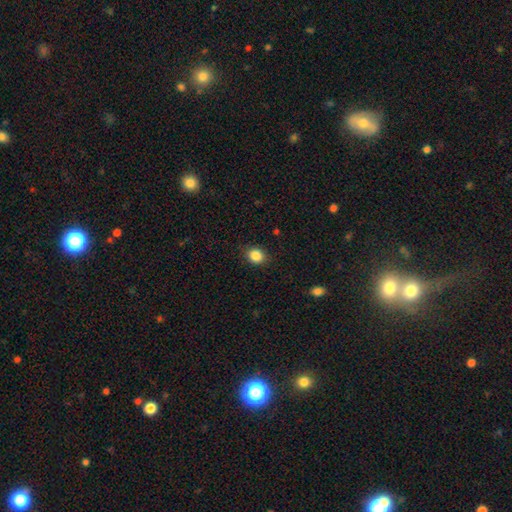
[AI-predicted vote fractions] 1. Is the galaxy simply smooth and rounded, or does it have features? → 86% smooth, 10% star or artifact, 4% featured or disk.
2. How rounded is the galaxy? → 64% round, 35% in between, 1% cigar-shaped.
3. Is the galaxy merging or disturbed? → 86% none, 10% minor disturbance, 3% major disturbance, 1% merger.